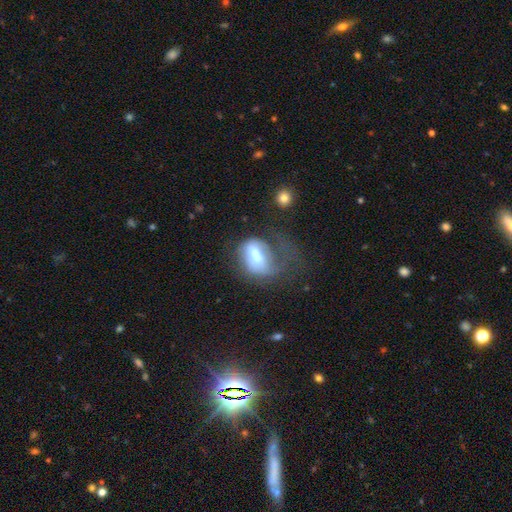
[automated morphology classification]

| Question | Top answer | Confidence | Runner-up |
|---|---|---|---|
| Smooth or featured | smooth | 57% | featured or disk (35%) |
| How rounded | in between | 72% | round (25%) |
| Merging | major disturbance | 51% | none (23%) |